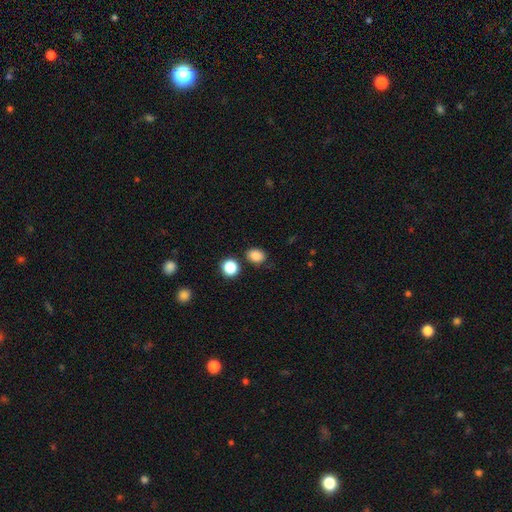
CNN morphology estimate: This appears to be a smooth galaxy with no disk features (84%) that is in between round and cigar-shaped (58%). Merging: none (77%).